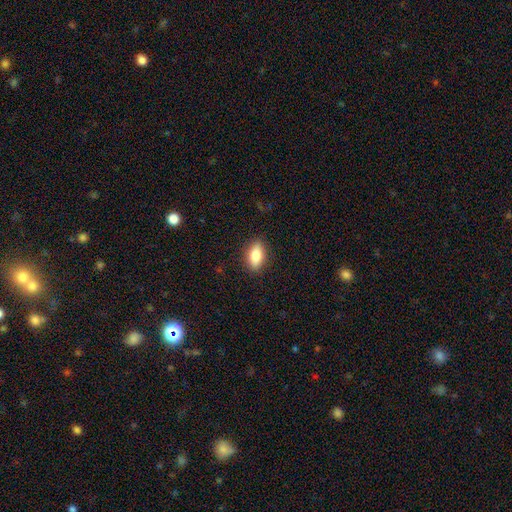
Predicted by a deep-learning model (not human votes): Morphology: type=smooth (80%); roundness=in between (85%); merging=none (87%).